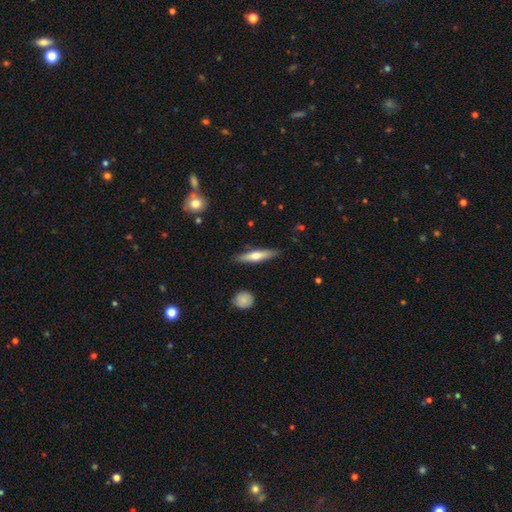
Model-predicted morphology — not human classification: type=smooth (54%); roundness=cigar-shaped (81%); merging=none (86%).